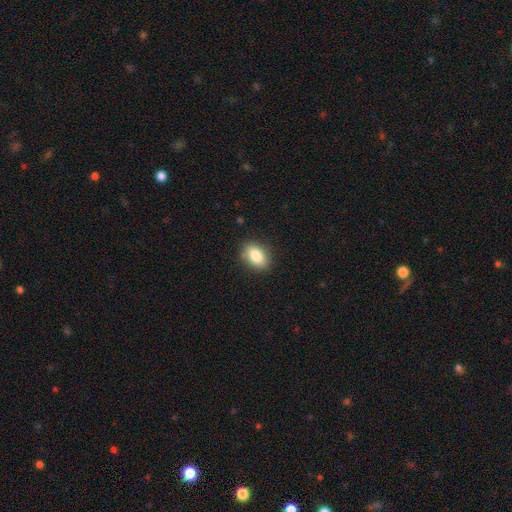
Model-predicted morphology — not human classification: type=smooth (83%); roundness=in between (84%); merging=none (87%).